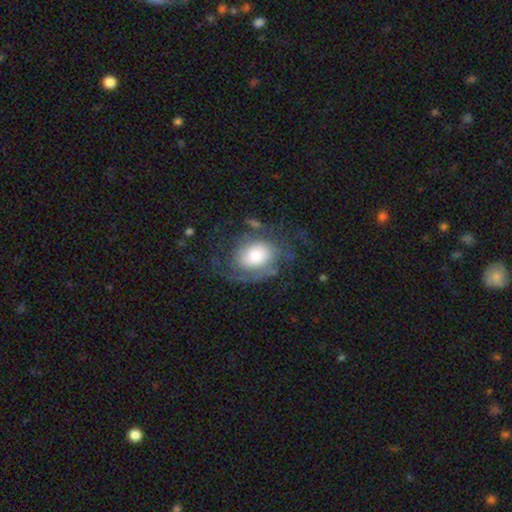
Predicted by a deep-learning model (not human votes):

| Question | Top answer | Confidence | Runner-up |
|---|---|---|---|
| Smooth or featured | featured or disk | 57% | smooth (35%) |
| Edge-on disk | no | 96% | yes (4%) |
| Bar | no | 79% | weak (16%) |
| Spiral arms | yes | 73% | no (27%) |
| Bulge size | moderate | 38% | large (33%) |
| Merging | none | 48% | major disturbance (29%) |